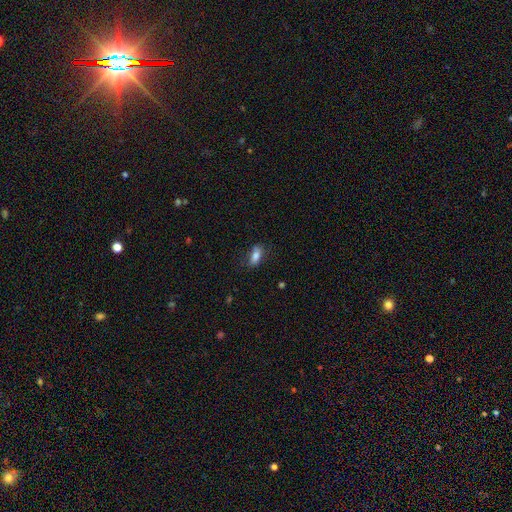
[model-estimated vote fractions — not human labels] Smooth or featured? Predicted: smooth (p=0.80). How rounded? Predicted: in between (p=0.82). Merging? Predicted: none (p=0.71).